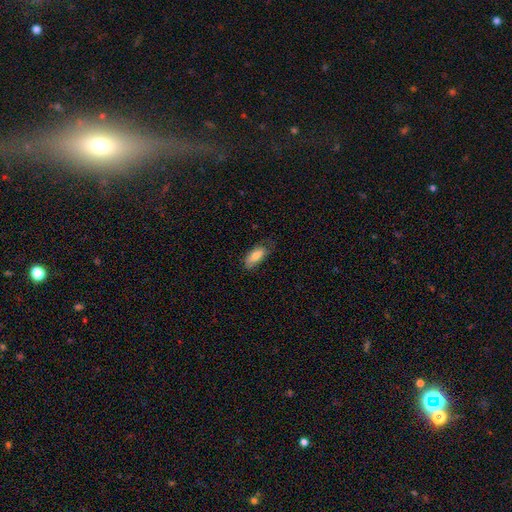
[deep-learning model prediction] Smooth or featured? Predicted: smooth (p=0.79). How rounded? Predicted: in between (p=0.83). Merging? Predicted: none (p=0.63).